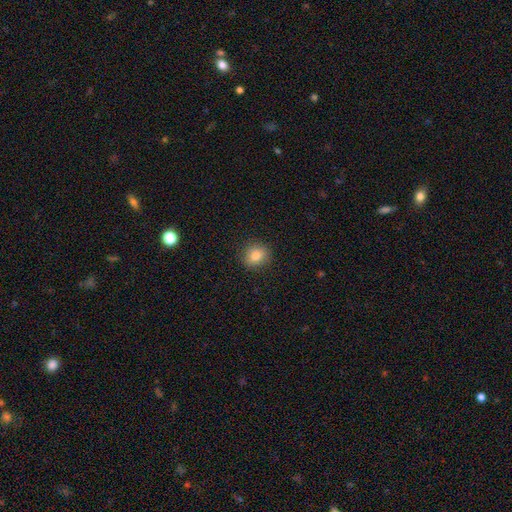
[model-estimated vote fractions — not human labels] smooth 82%, star or artifact 11%, featured or disk 7%. Down the decision tree: how rounded — round (81%); merging — none (89%).